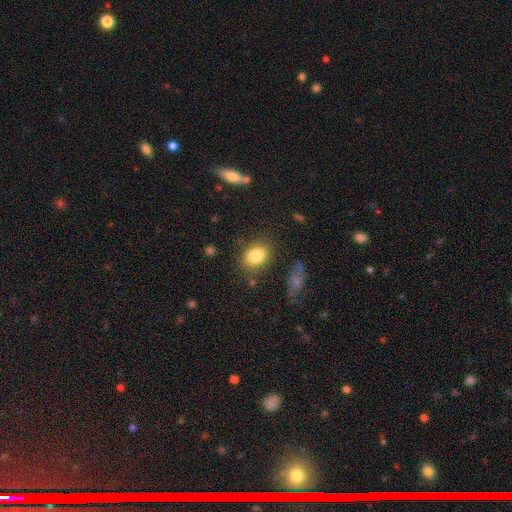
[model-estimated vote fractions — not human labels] Smooth or featured? Predicted: smooth (p=0.84). How rounded? Predicted: in between (p=0.70). Merging? Predicted: none (p=0.77).